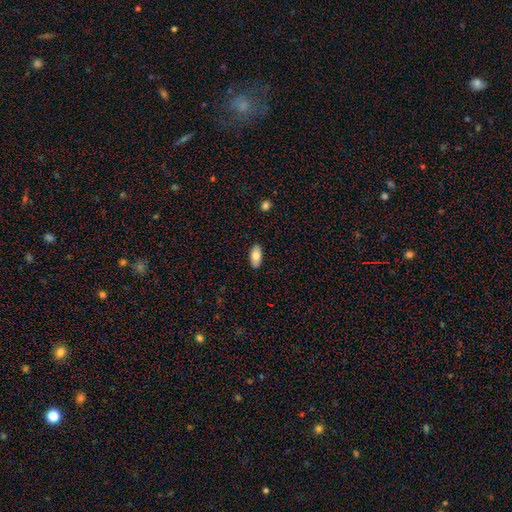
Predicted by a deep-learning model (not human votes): Smooth or featured: smooth — 77% (featured or disk — 16%)
How rounded: in between — 91% (cigar-shaped — 7%)
Merging: none — 89% (minor disturbance — 9%)